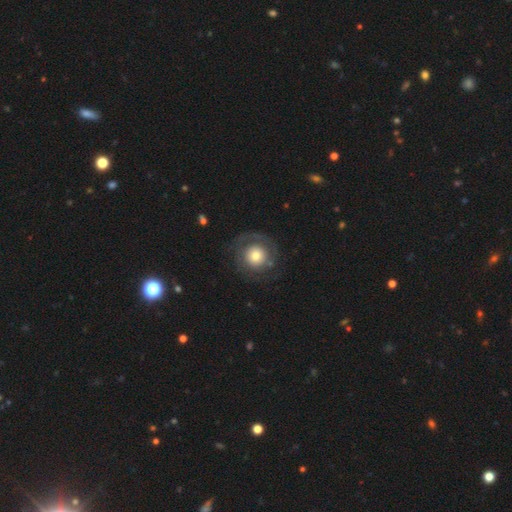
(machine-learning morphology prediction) Smooth or featured? Predicted: smooth (p=0.48). Merging? Predicted: none (p=0.71).